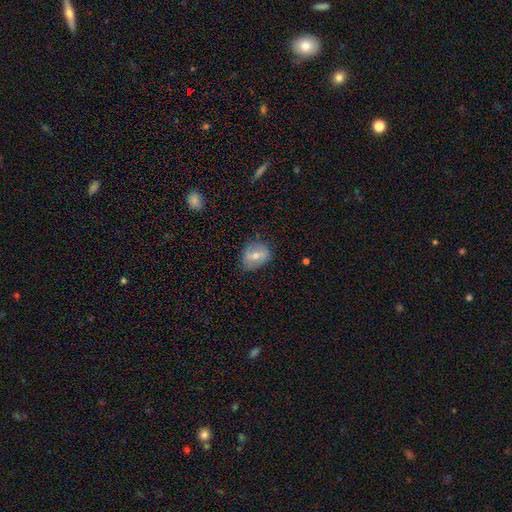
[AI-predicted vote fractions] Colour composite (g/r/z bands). It shows a smooth galaxy with no disk features (46%). Merging: none (79%).